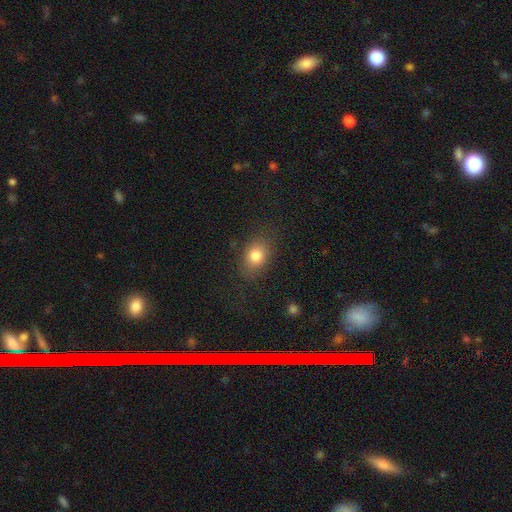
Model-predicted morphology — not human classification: Smooth or featured? smooth (81%)
How rounded? in between (66%)
Merging? none (79%)